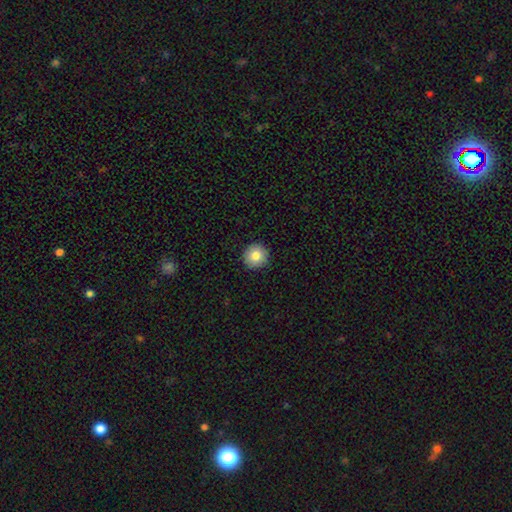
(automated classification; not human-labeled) A smooth galaxy with no disk features (81%) that is round (94%).

Vote fractions:
- Smooth or featured? smooth: 81% / featured or disk: 10% / star or artifact: 9%
- How rounded? round: 94% / in between: 5% / cigar-shaped: 1%
- Merging? none: 91% / minor disturbance: 6% / major disturbance: 2% / merger: 1%